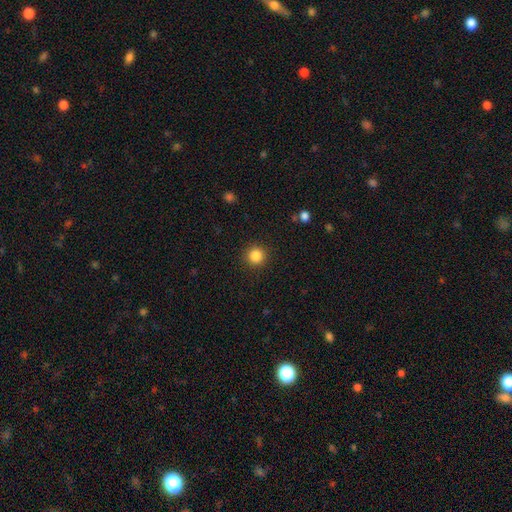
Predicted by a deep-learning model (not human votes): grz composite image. It shows a smooth galaxy with no disk features (85%) that is round (94%). Merging: none (92%).